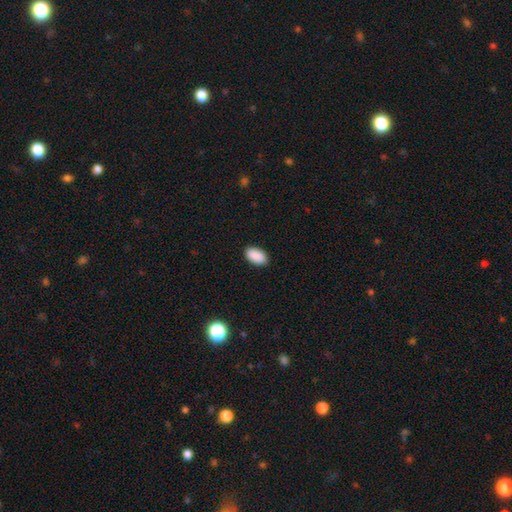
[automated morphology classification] smooth_or_featured: smooth (p=0.91) [alt: star or artifact p=0.07]
how_rounded: in between (p=0.94) [alt: round p=0.04]
merging: none (p=0.90) [alt: minor disturbance p=0.08]